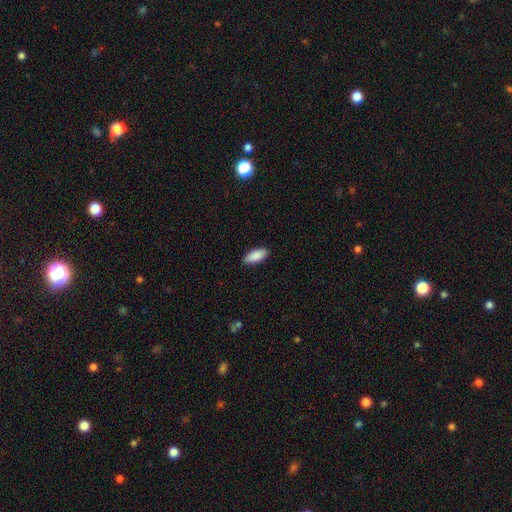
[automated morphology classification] smooth-or-featured: smooth: 90% | star or artifact: 6% | featured or disk: 4%
  how-rounded: in between: 84% | cigar-shaped: 14% | round: 2%
  merging: none: 89% | minor disturbance: 8% | major disturbance: 2% | merger: 1%